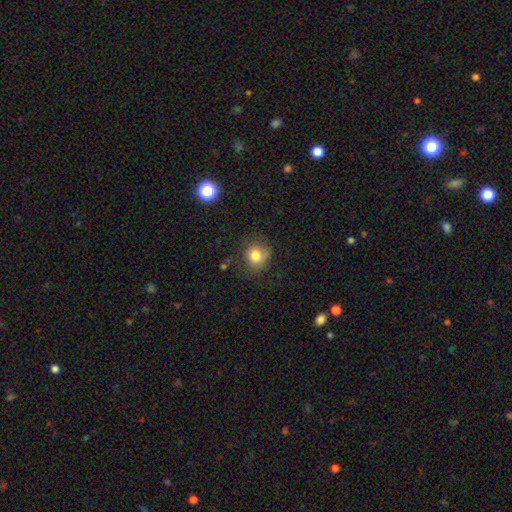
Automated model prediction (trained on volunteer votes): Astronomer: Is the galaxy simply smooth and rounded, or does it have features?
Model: smooth — 79%.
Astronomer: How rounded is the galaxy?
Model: round — 81%.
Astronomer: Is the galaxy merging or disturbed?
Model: none — 68%.